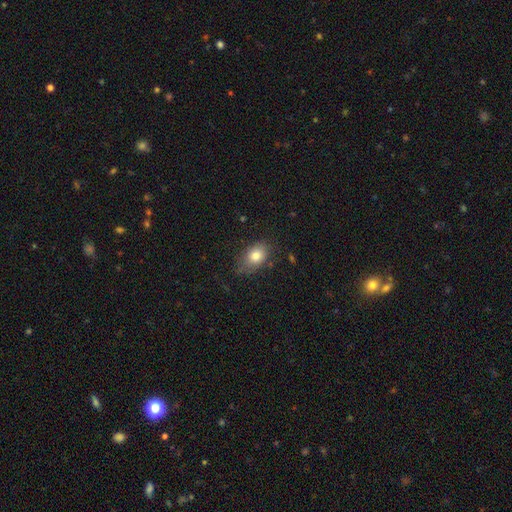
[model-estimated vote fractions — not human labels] A smooth galaxy with no disk features (80%) that is in between round and cigar-shaped (80%).

Vote fractions:
- Smooth or featured? smooth: 80% / featured or disk: 11% / star or artifact: 9%
- How rounded? in between: 80% / round: 18% / cigar-shaped: 2%
- Merging? none: 70% / minor disturbance: 23% / major disturbance: 6% / merger: 2%